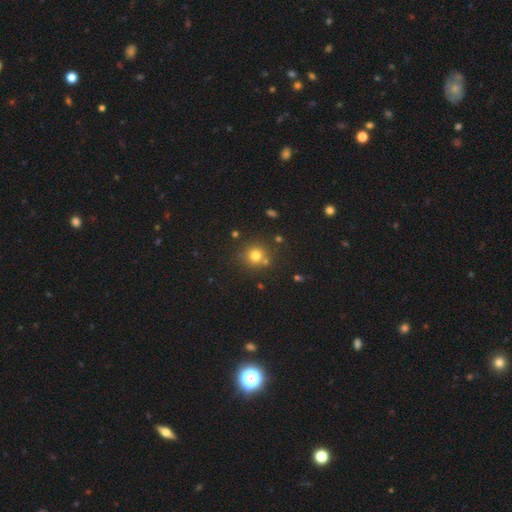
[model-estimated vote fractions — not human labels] Smooth or featured? smooth (75%)
How rounded? round (91%)
Merging? none (74%)